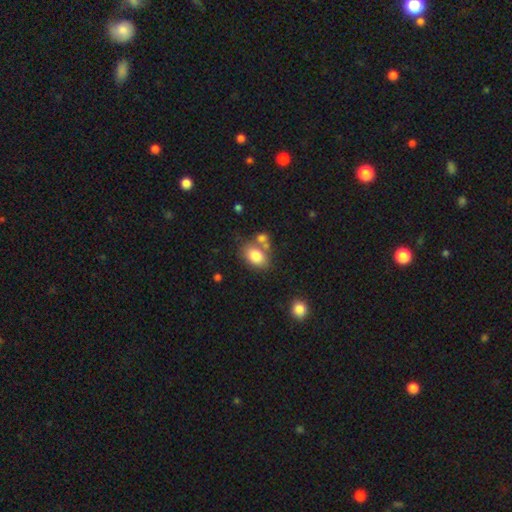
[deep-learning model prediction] Morphology: type=smooth (82%); roundness=in between (82%); merging=none (57%).